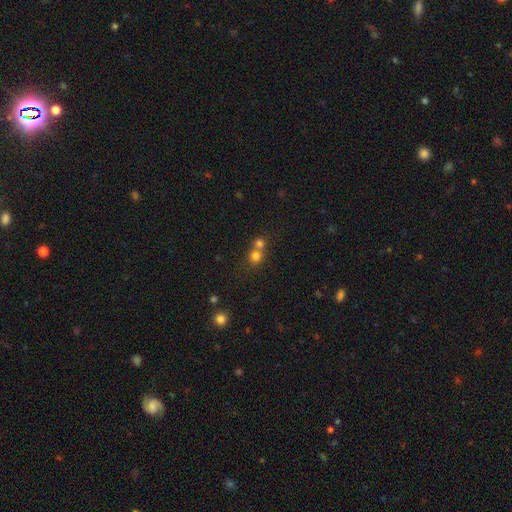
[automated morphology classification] Smooth or featured: smooth — 76% (star or artifact — 15%)
How rounded: round — 87% (in between — 12%)
Merging: merger — 51% (none — 41%)